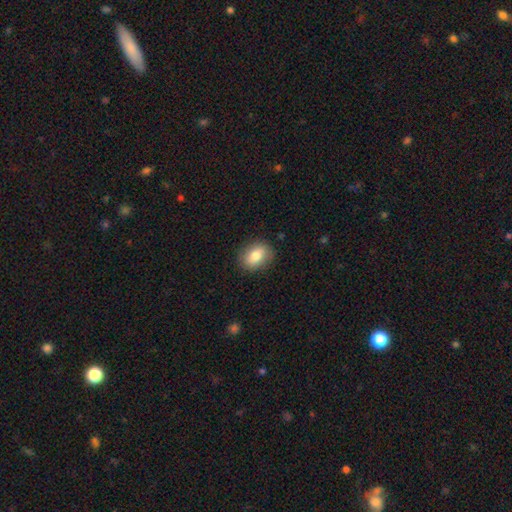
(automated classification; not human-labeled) smooth-or-featured: smooth: 81% | featured or disk: 12% | star or artifact: 8%
  how-rounded: in between: 70% | round: 29% | cigar-shaped: 1%
  merging: none: 86% | minor disturbance: 10% | major disturbance: 3% | merger: 1%